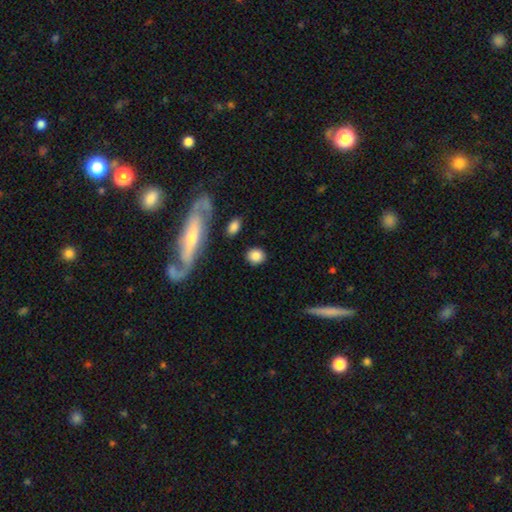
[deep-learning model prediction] Morphology: type=smooth (84%); roundness=round (71%); merging=none (85%).